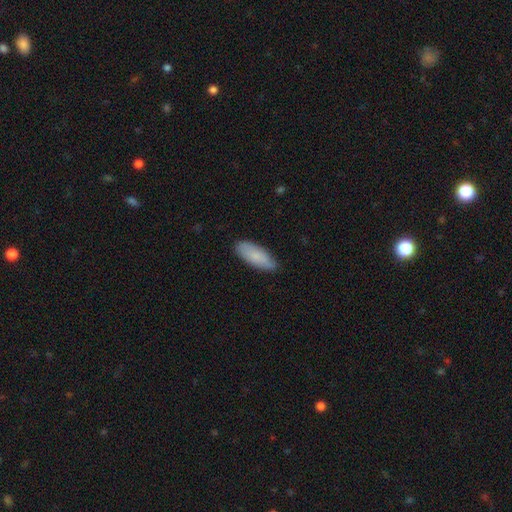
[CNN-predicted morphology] Smooth or featured: smooth — 84% (featured or disk — 11%)
How rounded: in between — 77% (cigar-shaped — 22%)
Merging: none — 83% (minor disturbance — 14%)